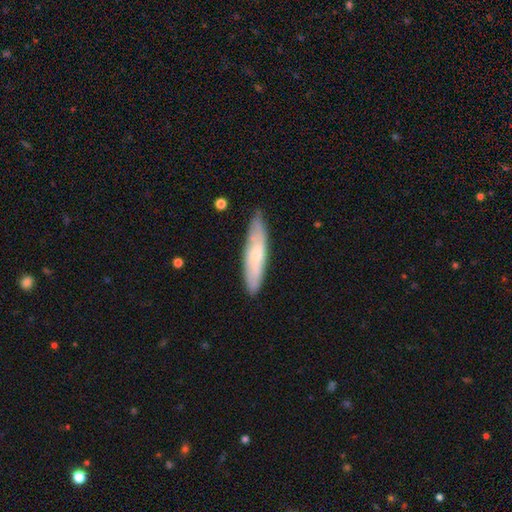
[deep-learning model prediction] A smooth galaxy with no disk features (53%) that is cigar-shaped (79%).

Vote fractions:
- Smooth or featured? smooth: 53% / featured or disk: 41% / star or artifact: 6%
- How rounded? cigar-shaped: 79% / in between: 19% / round: 1%
- Merging? none: 80% / minor disturbance: 16% / major disturbance: 2% / merger: 1%